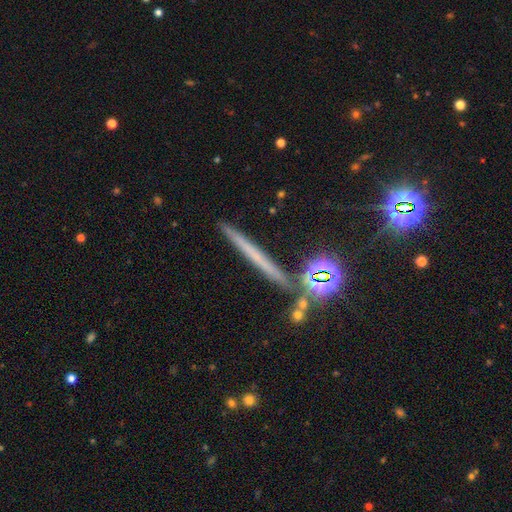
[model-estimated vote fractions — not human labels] A featured or disk galaxy (40%, tied with smooth). Merging: none (86%).